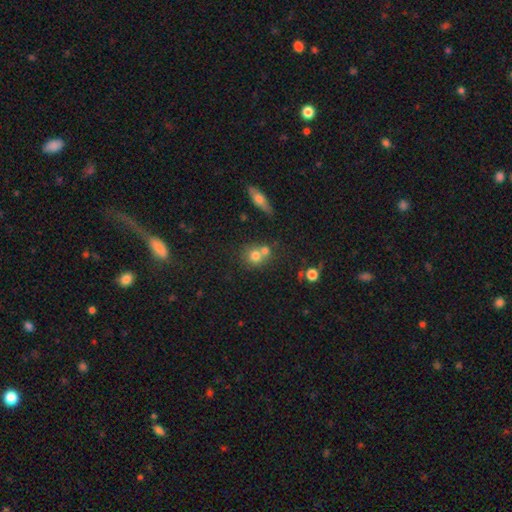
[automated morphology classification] Smooth or featured? smooth (72%)
How rounded? round (82%)
Merging? merger (44%)